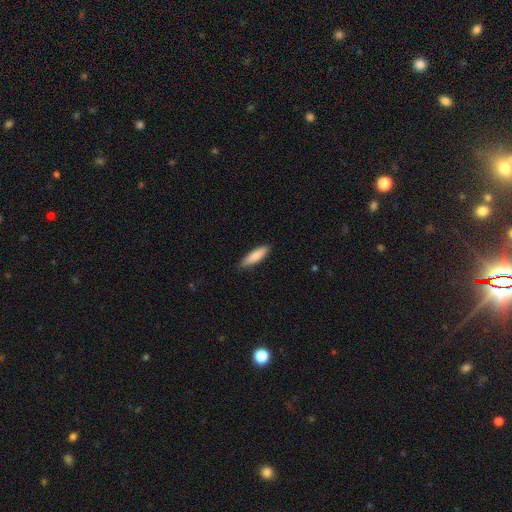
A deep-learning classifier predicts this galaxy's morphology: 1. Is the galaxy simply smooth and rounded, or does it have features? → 84% smooth, 11% featured or disk, 5% star or artifact.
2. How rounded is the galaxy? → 64% cigar-shaped, 34% in between, 1% round.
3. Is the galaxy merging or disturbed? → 87% none, 11% minor disturbance, 2% major disturbance, 1% merger.